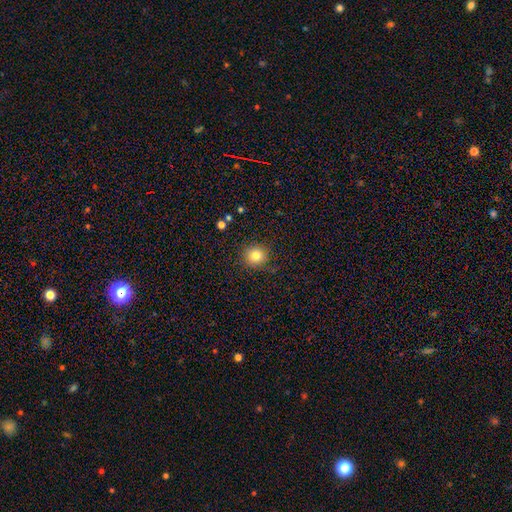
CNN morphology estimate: Smooth or featured? smooth (81%)
How rounded? round (91%)
Merging? none (86%)